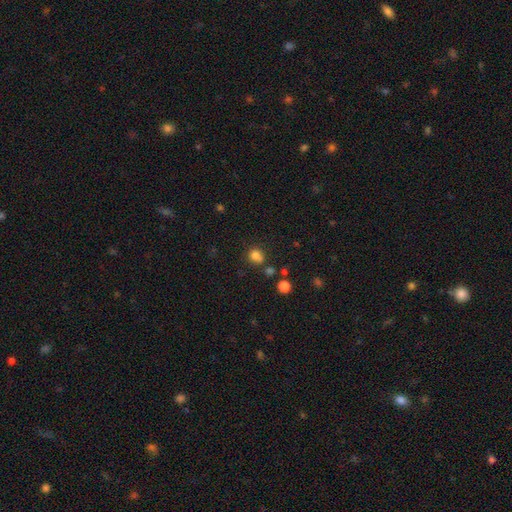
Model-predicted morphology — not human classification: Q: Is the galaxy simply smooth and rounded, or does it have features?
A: smooth — 79%.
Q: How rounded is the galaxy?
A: round — 76%.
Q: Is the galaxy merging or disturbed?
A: none — 63%.